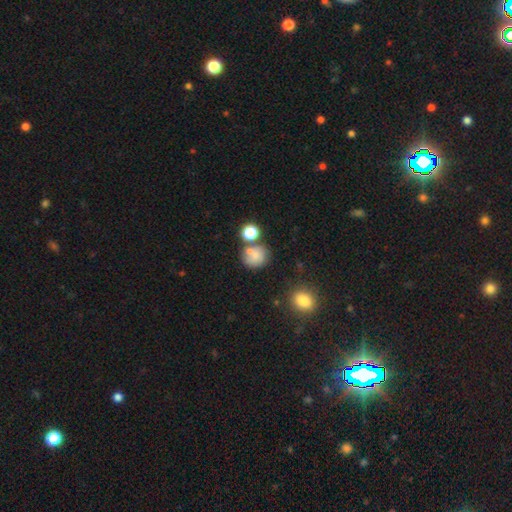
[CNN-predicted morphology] The model was most divided on "merging": none: 52%, merger: 26%, minor disturbance: 15%, major disturbance: 7%. More confident: how rounded — round (77%); smooth or featured — smooth (70%).